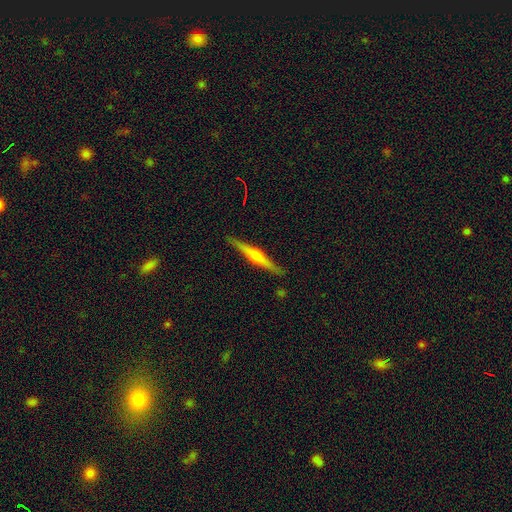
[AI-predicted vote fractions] Smooth or featured? featured or disk (73%)
Edge-on disk? yes (98%)
Edge-on bulge? rounded (89%)
Merging? none (89%)